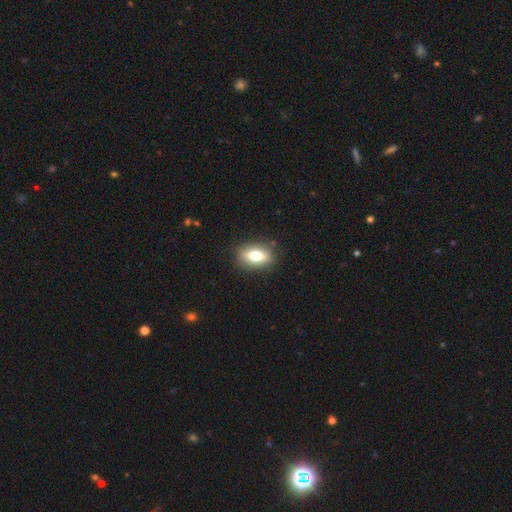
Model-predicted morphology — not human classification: type=smooth (69%); roundness=in between (79%); merging=none (86%).